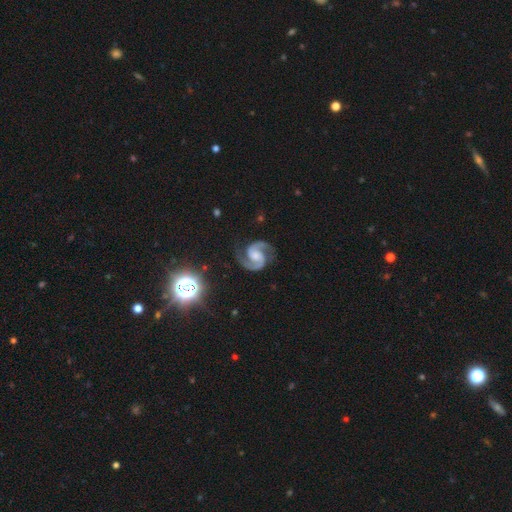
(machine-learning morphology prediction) smooth_or_featured: featured or disk (p=0.92) [alt: star or artifact p=0.05]
disk_edge_on: no (p=0.99) [alt: yes p=0.01]
bar: no (p=0.47) [alt: weak p=0.39]
has_spiral_arms: yes (p=0.99) [alt: no p=0.01]
spiral_winding: medium (p=0.64) [alt: tight p=0.23]
spiral_arm_count: 2 (p=0.94) [alt: can't tell p=0.01]
bulge_size: moderate (p=0.34) [alt: small p=0.28]
merging: none (p=0.82) [alt: minor disturbance p=0.13]